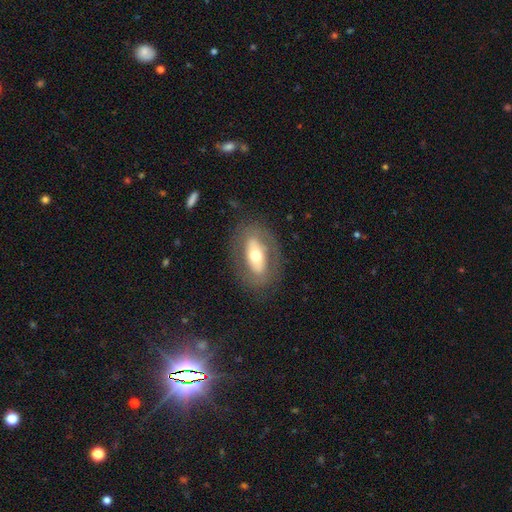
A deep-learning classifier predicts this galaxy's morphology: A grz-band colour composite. It shows a featured or disk galaxy (52%). Merging: none (78%).